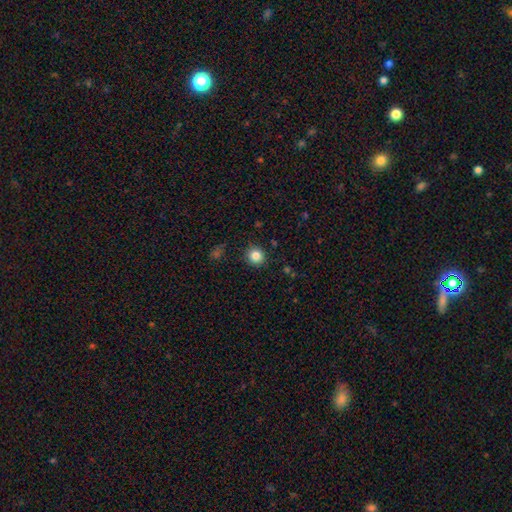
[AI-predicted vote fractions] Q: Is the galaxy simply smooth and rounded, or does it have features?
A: smooth — 84%.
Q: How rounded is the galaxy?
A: round — 93%.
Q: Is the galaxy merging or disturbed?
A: none — 91%.